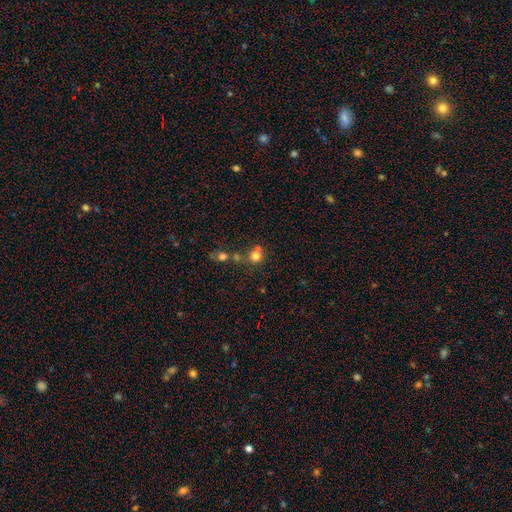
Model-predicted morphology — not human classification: A smooth galaxy with no disk features (76%) that is round (88%).

Vote fractions:
- Smooth or featured? smooth: 76% / star or artifact: 15% / featured or disk: 9%
- How rounded? round: 88% / in between: 11% / cigar-shaped: 1%
- Merging? none: 54% / merger: 33% / minor disturbance: 9% / major disturbance: 4%